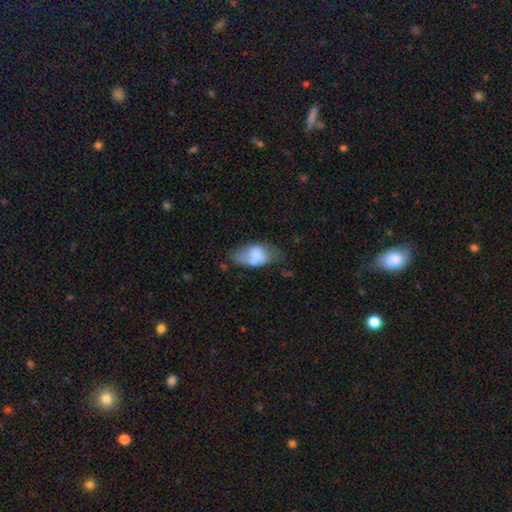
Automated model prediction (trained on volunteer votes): Morphology: type=smooth (66%); roundness=in between (91%); merging=minor disturbance (32%, tied with none).